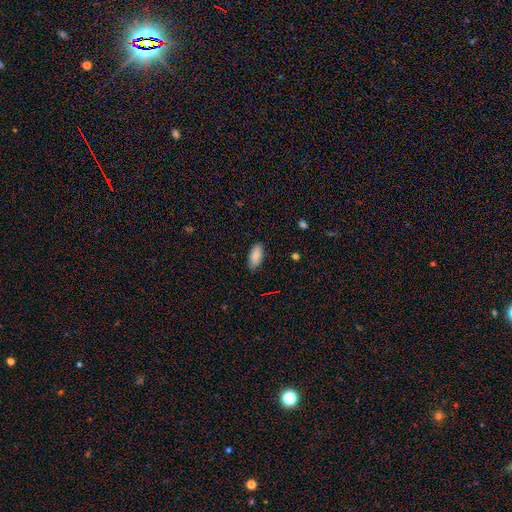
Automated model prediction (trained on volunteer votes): This is clearly a smooth galaxy (87%). How rounded: clearly in between (91%). Merging: clearly none (84%).